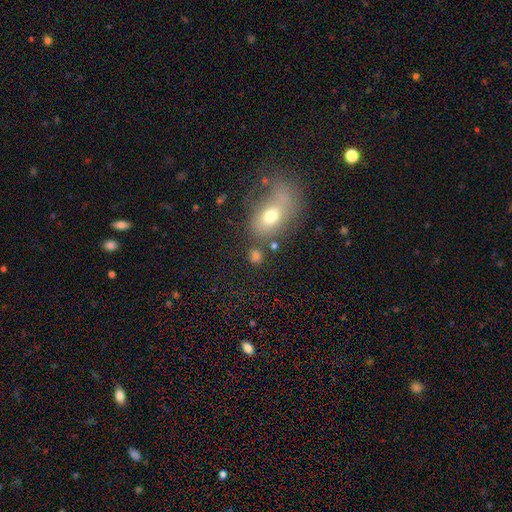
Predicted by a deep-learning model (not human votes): Q: Smooth or featured?
A: smooth (73%); runner-up: star or artifact (16%)
Q: How rounded?
A: round (50%); runner-up: in between (47%)
Q: Merging?
A: none (66%); runner-up: merger (15%)